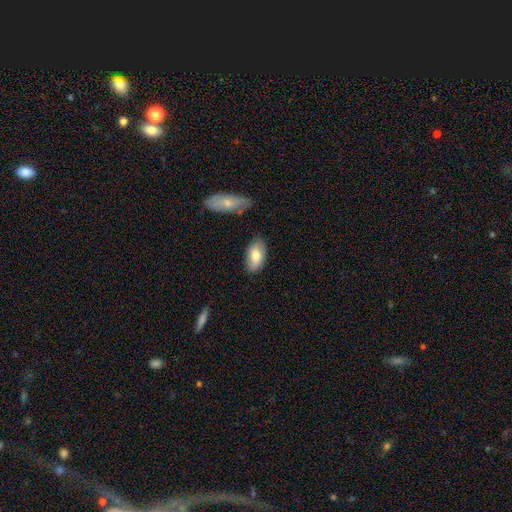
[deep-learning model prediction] The model was most divided on "smooth or featured": smooth: 76%, featured or disk: 18%, star or artifact: 6%. More confident: how rounded — in between (93%); merging — none (81%).